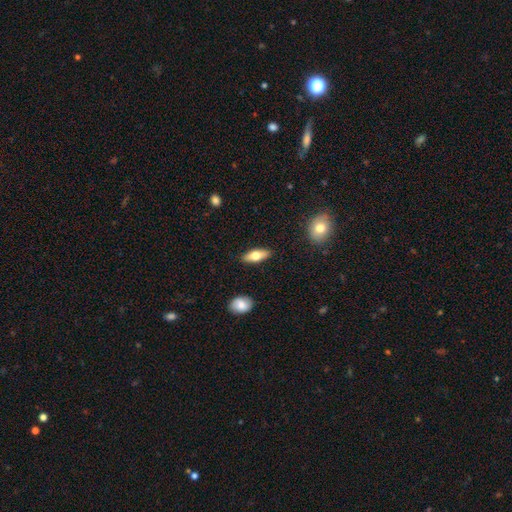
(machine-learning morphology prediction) A smooth galaxy with no disk features (67%) that is in between round and cigar-shaped (73%).

Vote fractions:
- Smooth or featured? smooth: 67% / featured or disk: 27% / star or artifact: 6%
- How rounded? in between: 73% / cigar-shaped: 24% / round: 3%
- Merging? none: 88% / minor disturbance: 9% / major disturbance: 2% / merger: 2%